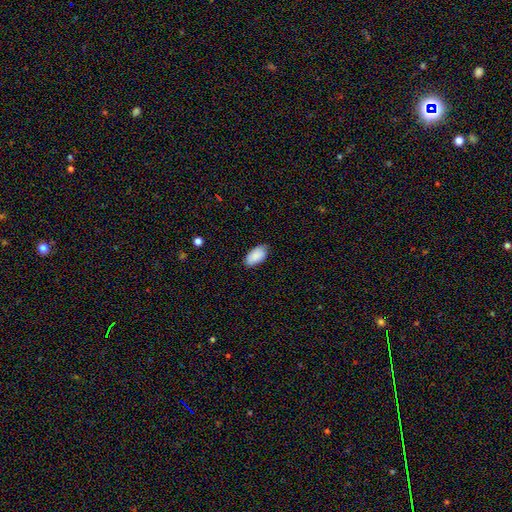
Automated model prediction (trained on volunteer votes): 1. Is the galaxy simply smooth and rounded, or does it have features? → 89% smooth, 6% star or artifact, 5% featured or disk.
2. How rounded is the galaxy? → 95% in between, 3% round, 2% cigar-shaped.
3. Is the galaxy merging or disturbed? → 84% none, 13% minor disturbance, 2% major disturbance, 1% merger.